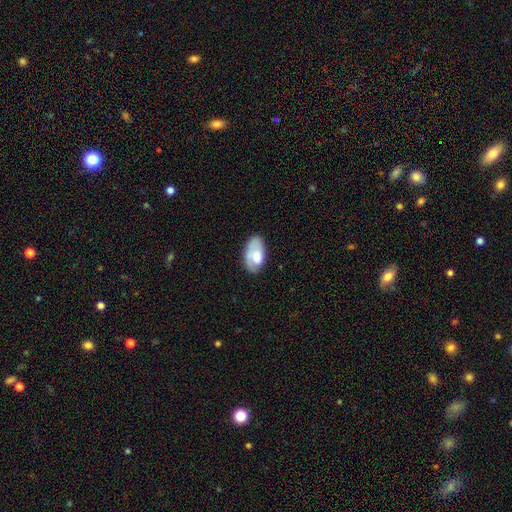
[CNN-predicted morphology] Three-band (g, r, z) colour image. It shows a smooth galaxy with no disk features (62%) that is in between round and cigar-shaped (94%). Merging: none (58%).